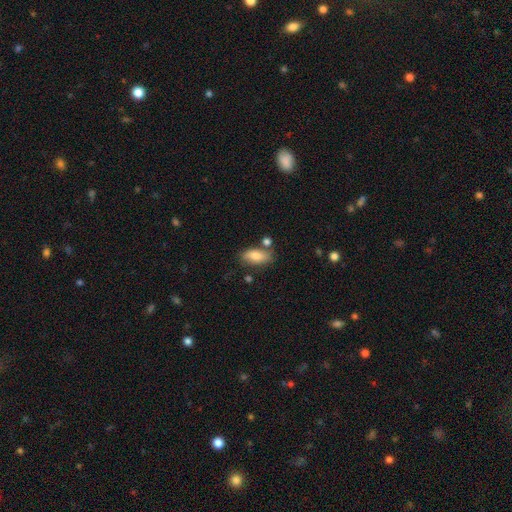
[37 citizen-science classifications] Smooth or featured? 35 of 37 (95%) said smooth. How rounded? 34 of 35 (97%) said in between. Merging? 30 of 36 (83%) said none.